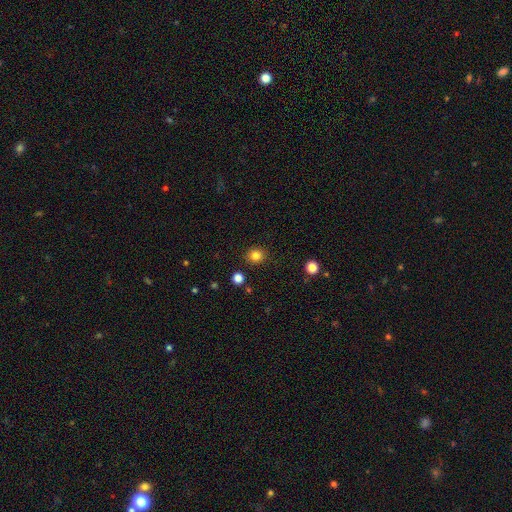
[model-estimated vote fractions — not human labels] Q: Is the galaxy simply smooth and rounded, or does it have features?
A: smooth — 82%.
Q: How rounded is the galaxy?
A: round — 82%.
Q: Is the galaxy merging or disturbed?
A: none — 89%.